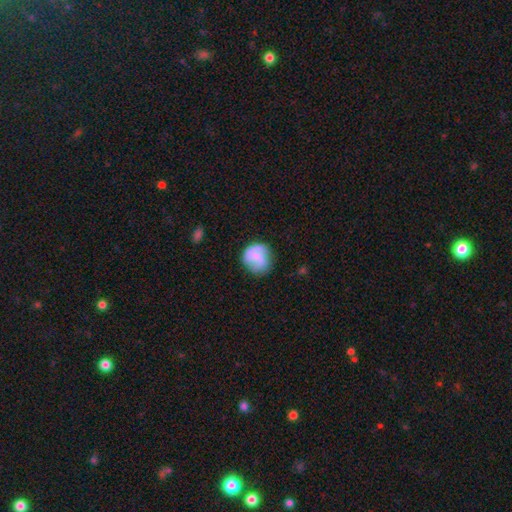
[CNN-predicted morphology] Smooth or featured? smooth (50%)
Merging? none (63%)